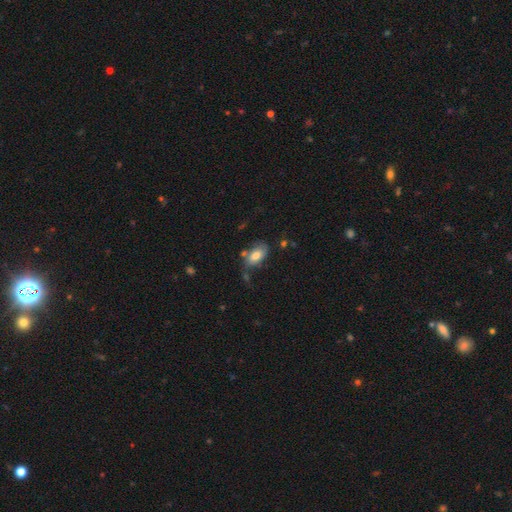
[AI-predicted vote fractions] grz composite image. It shows a smooth galaxy with no disk features (69%) that is in between round and cigar-shaped (91%). Merging: none (49%).